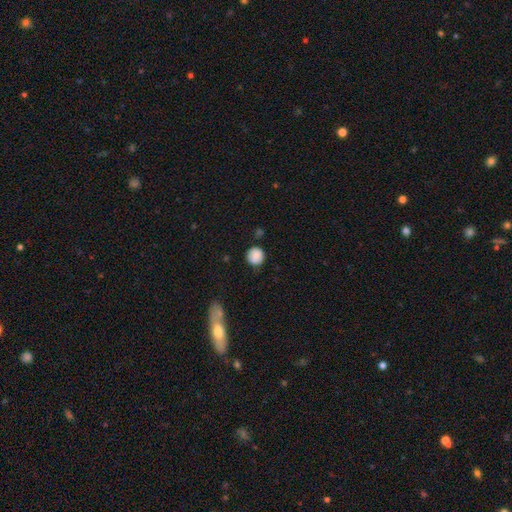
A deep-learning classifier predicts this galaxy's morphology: This is clearly a smooth galaxy (86%). How rounded: clearly round (91%). Merging: clearly none (81%).